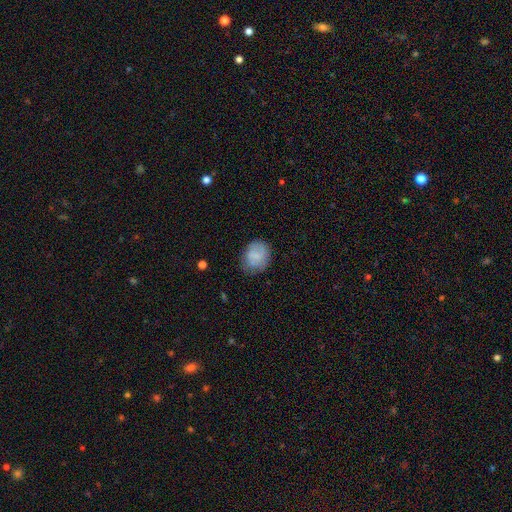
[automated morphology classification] This appears to be a smooth galaxy with no disk features (74%) that is round (51%). Merging: none (69%).